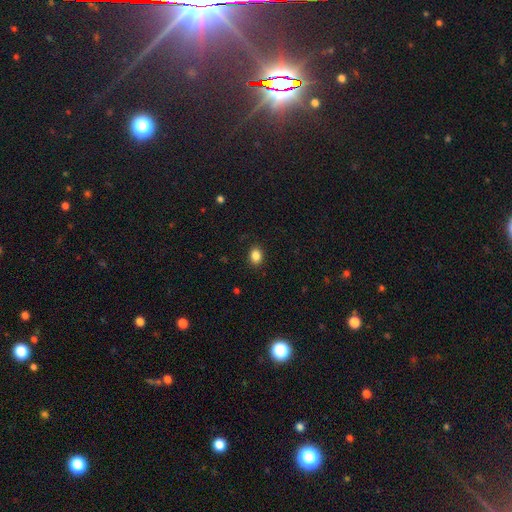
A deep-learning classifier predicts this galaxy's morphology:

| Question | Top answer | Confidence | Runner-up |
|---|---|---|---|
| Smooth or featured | smooth | 86% | star or artifact (10%) |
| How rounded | in between | 64% | round (35%) |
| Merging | none | 88% | minor disturbance (8%) |